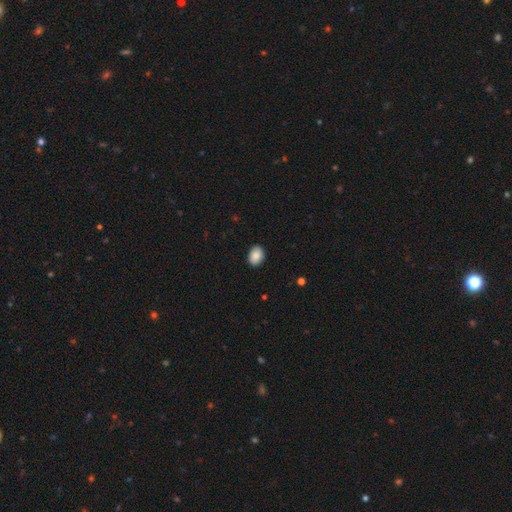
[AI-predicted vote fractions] This appears to be a smooth galaxy with no disk features (88%) that is in between round and cigar-shaped (73%). Merging: none (89%).